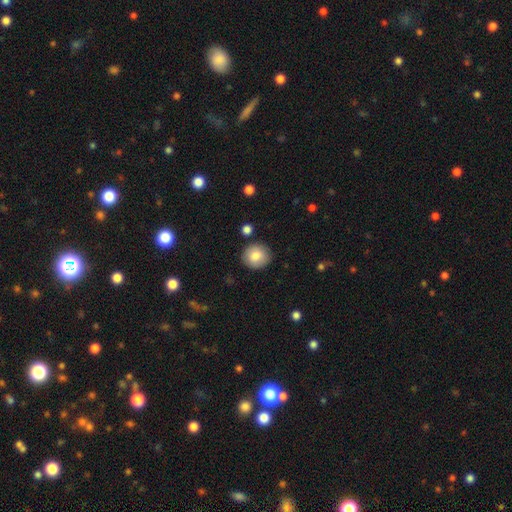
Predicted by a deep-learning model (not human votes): A smooth galaxy with no disk features (81%) that is round (88%). Merging: none (87%).